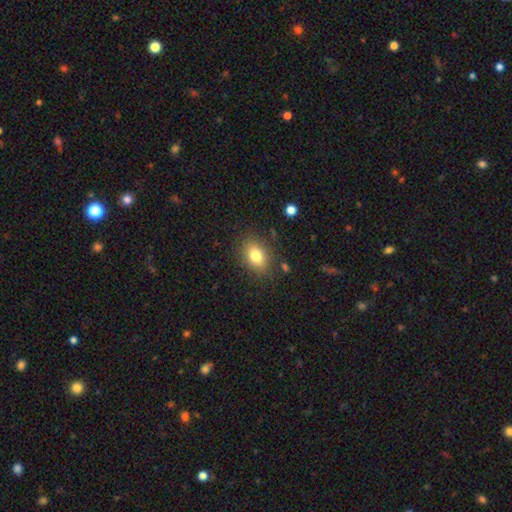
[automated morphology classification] A smooth galaxy with no disk features (79%) that is in between round and cigar-shaped (73%).

Vote fractions:
- Smooth or featured? smooth: 79% / featured or disk: 11% / star or artifact: 10%
- How rounded? in between: 73% / round: 25% / cigar-shaped: 2%
- Merging? none: 84% / minor disturbance: 11% / major disturbance: 3% / merger: 2%